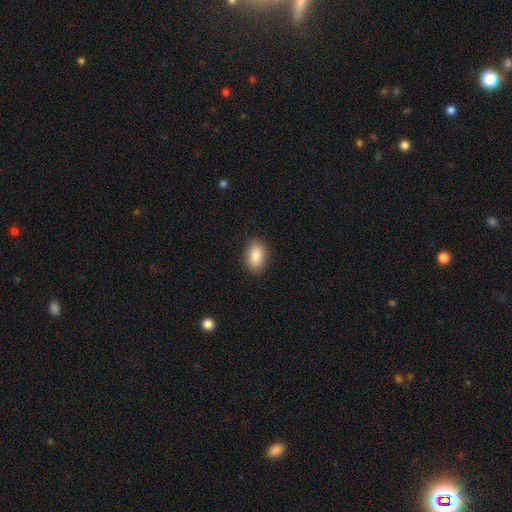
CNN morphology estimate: A smooth galaxy with no disk features (89%) that is in between round and cigar-shaped (89%).

Vote fractions:
- Smooth or featured? smooth: 89% / star or artifact: 7% / featured or disk: 4%
- How rounded? in between: 89% / round: 9% / cigar-shaped: 2%
- Merging? none: 89% / minor disturbance: 8% / major disturbance: 2% / merger: 1%